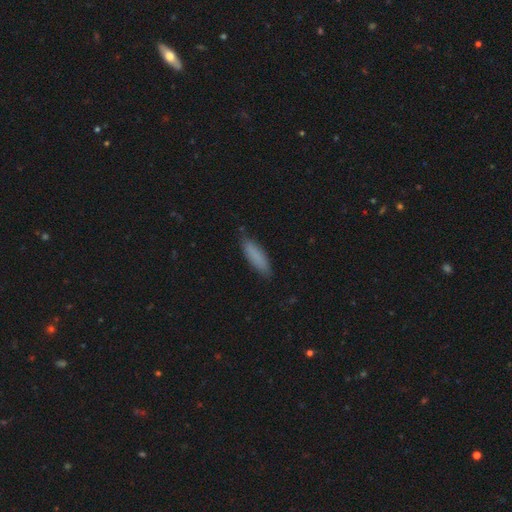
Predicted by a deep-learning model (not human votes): Smooth or featured: smooth — 84% (featured or disk — 9%)
How rounded: cigar-shaped — 65% (in between — 33%)
Merging: none — 81% (minor disturbance — 15%)